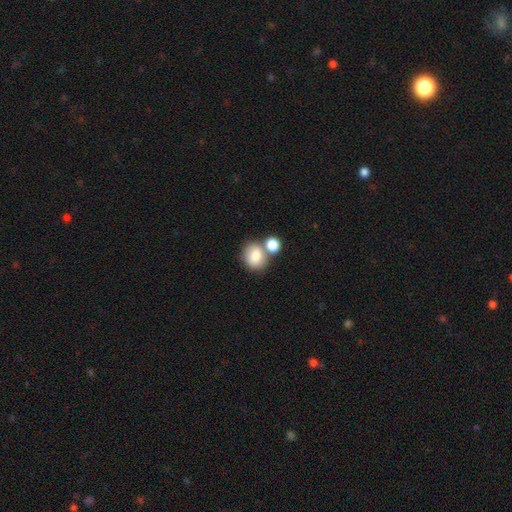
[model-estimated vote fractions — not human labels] Smooth or featured? smooth (83%)
How rounded? round (61%)
Merging? none (45%)